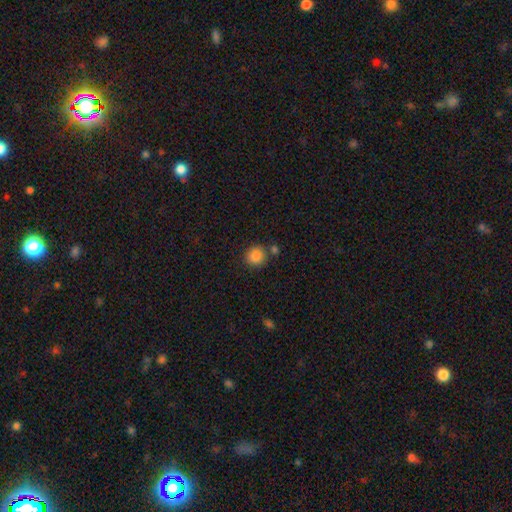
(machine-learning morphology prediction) A smooth galaxy with no disk features (86%) that is round (88%).

Vote fractions:
- Smooth or featured? smooth: 86% / star or artifact: 9% / featured or disk: 4%
- How rounded? round: 88% / in between: 11% / cigar-shaped: 1%
- Merging? none: 77% / merger: 11% / minor disturbance: 9% / major disturbance: 3%